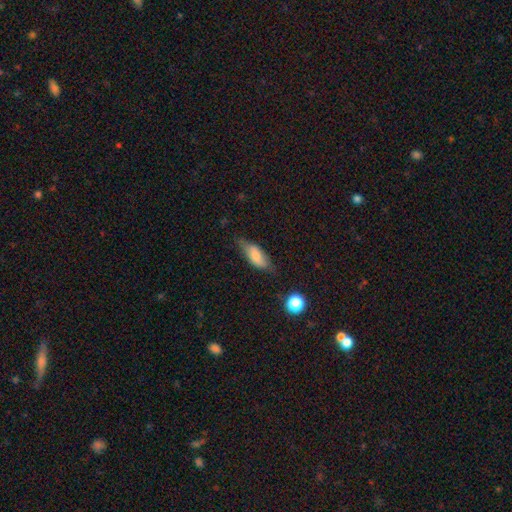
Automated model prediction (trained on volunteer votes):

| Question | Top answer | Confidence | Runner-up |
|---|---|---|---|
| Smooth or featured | smooth | 74% | featured or disk (19%) |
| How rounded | in between | 79% | cigar-shaped (17%) |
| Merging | none | 57% | minor disturbance (32%) |